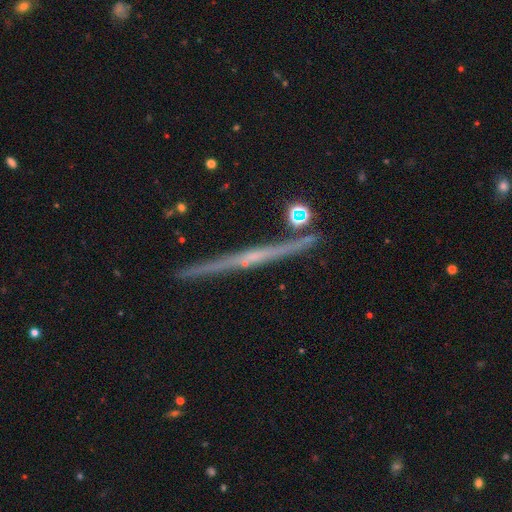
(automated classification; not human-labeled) smooth_or_featured: featured or disk (p=0.74) [alt: smooth p=0.18]
disk_edge_on: yes (p=0.97) [alt: no p=0.03]
edge_on_bulge: none (p=0.65) [alt: rounded p=0.28]
merging: none (p=0.87) [alt: minor disturbance p=0.08]